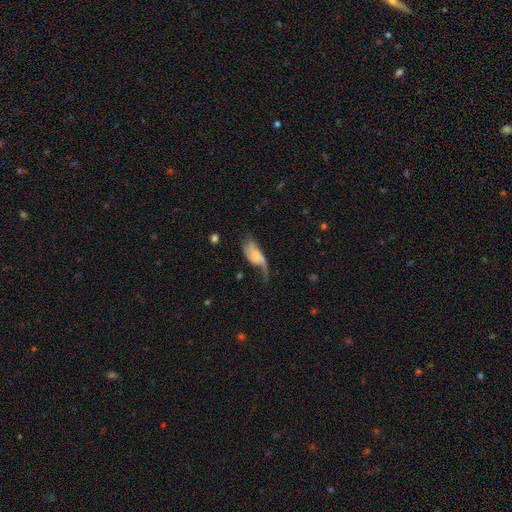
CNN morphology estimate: This appears to be a featured or disk galaxy (52%). Merging: major disturbance (42%).